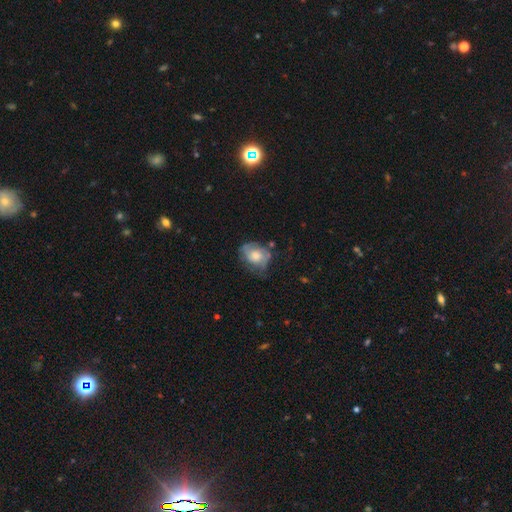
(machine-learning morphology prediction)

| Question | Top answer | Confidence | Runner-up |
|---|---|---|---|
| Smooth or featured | smooth | 48% | featured or disk (44%) |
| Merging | none | 48% | minor disturbance (32%) |